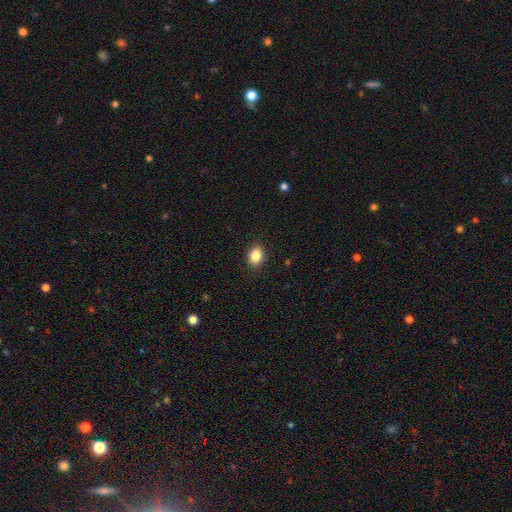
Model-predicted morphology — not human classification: Overall: smooth (86%). How rounded: in between (61%; round 39%). Merging: none (90%).